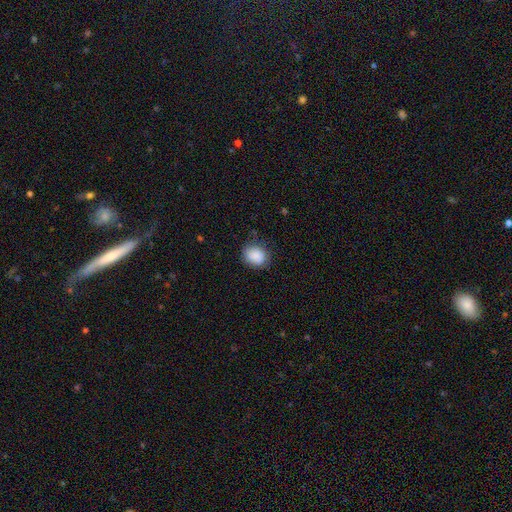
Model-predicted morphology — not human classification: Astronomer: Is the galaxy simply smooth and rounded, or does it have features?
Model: smooth — 88%.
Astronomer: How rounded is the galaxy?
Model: round — 52% (runner-up: in between, 47%).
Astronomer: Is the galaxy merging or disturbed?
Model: none — 76%.